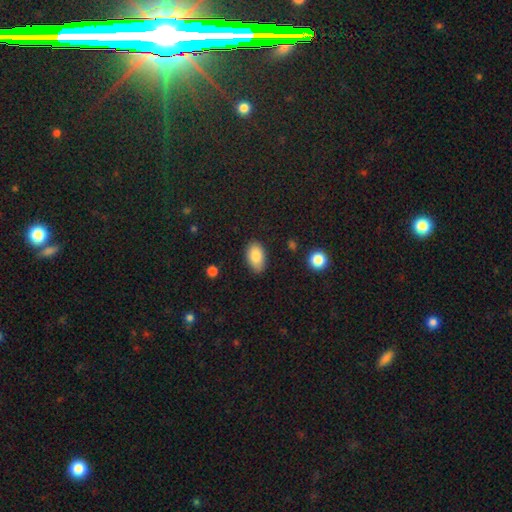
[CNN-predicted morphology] Smooth or featured? Predicted: smooth (p=0.86). How rounded? Predicted: in between (p=0.93). Merging? Predicted: none (p=0.81).